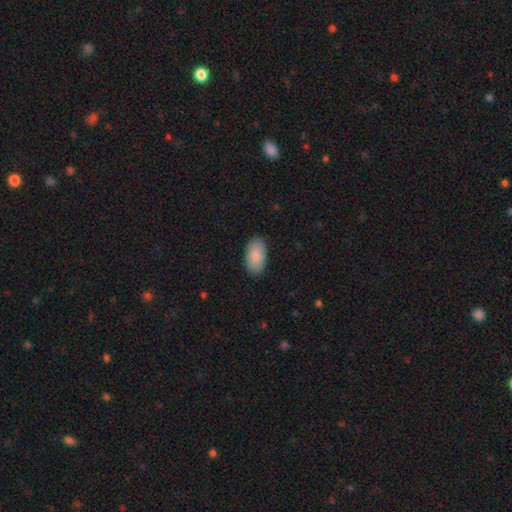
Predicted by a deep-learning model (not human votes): The model was most divided on "merging": none: 88%, minor disturbance: 9%, major disturbance: 2%, merger: 1%. More confident: how rounded — in between (95%); smooth or featured — smooth (88%).